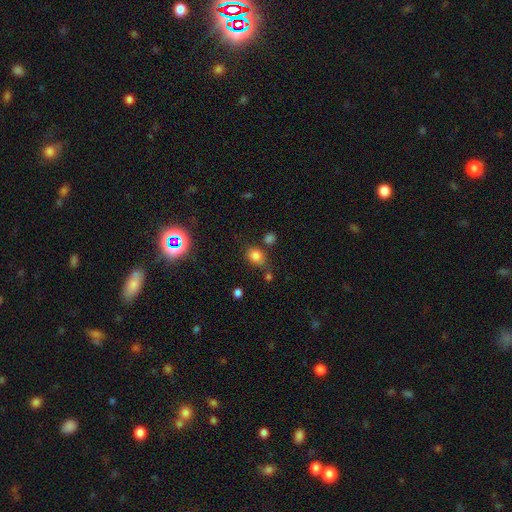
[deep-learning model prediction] A smooth galaxy with no disk features (78%) that is round (54%). Merging: none (65%).